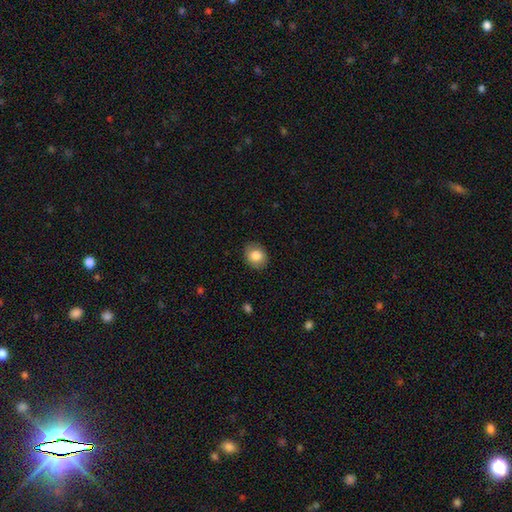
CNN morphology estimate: smooth 83%, featured or disk 9%, star or artifact 8%. Down the decision tree: how rounded — round (56%); merging — none (85%).